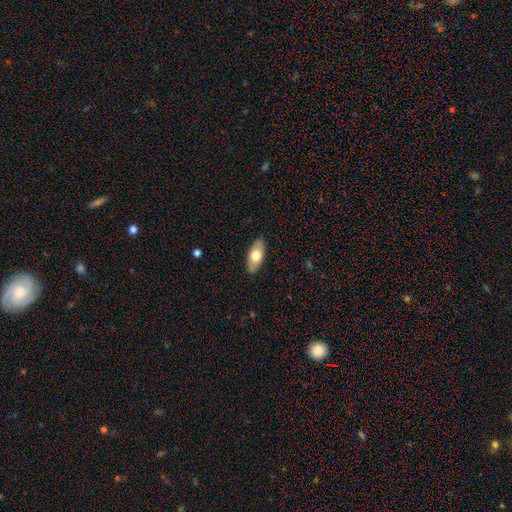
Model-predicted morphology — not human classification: smooth 69%, featured or disk 25%, star or artifact 6%. Down the decision tree: how rounded — in between (88%); merging — none (88%).